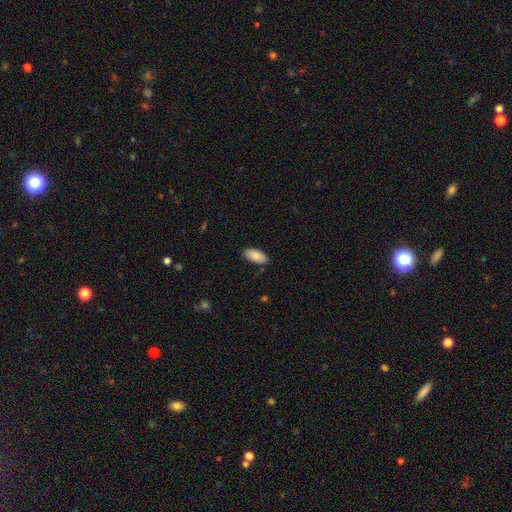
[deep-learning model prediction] smooth-or-featured: smooth: 87% | featured or disk: 7% | star or artifact: 6%
  how-rounded: in between: 93% | cigar-shaped: 5% | round: 2%
  merging: none: 85% | minor disturbance: 12% | major disturbance: 2% | merger: 1%